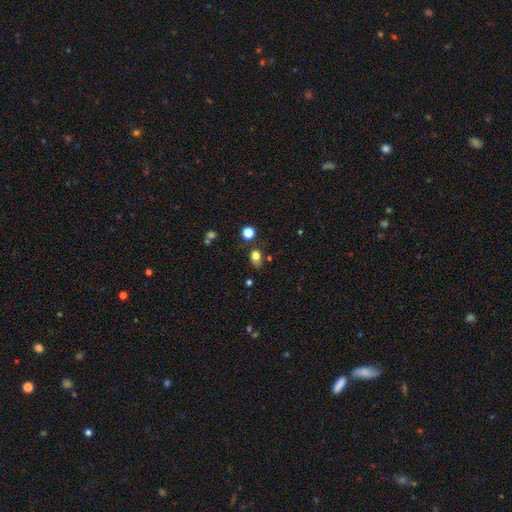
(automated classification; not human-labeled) Smooth or featured: smooth — 77% (star or artifact — 14%)
How rounded: in between — 60% (round — 38%)
Merging: none — 63% (minor disturbance — 23%)